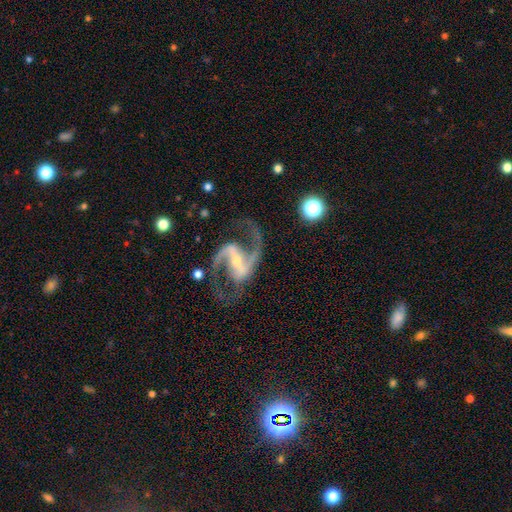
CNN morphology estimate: The model was most divided on "bar": strong: 41%, weak: 40%, no: 19%. More confident: spiral arms — yes (98%); edge-on disk — no (97%); spiral arm count — 2 (91%); smooth or featured — featured or disk (90%); merging — none (64%); bulge size — small (64%); spiral winding — medium (51%).